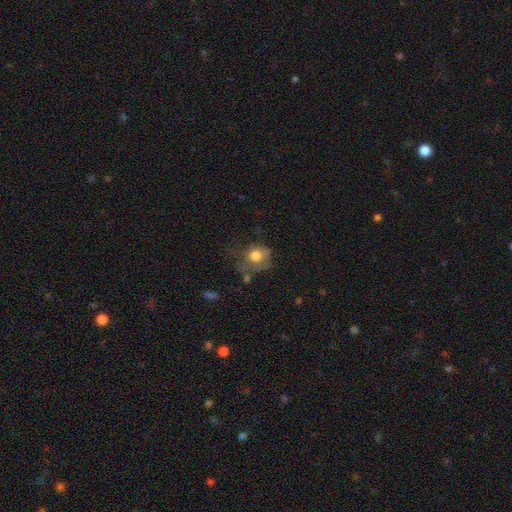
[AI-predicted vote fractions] This appears to be a smooth galaxy with no disk features (69%) that is round (66%). Merging: none (35%).